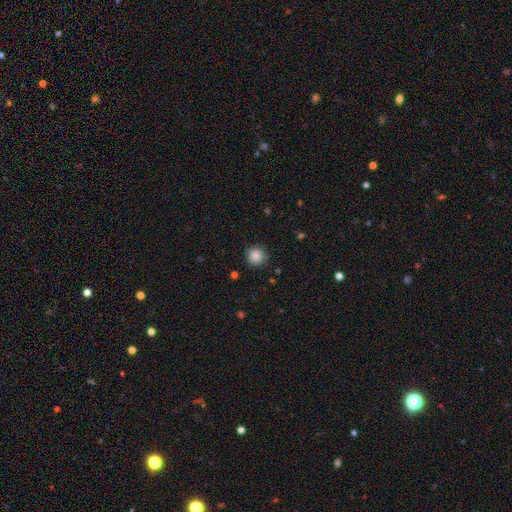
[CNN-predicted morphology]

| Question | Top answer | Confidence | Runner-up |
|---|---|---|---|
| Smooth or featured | smooth | 84% | star or artifact (10%) |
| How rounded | round | 93% | in between (6%) |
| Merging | none | 85% | minor disturbance (11%) |